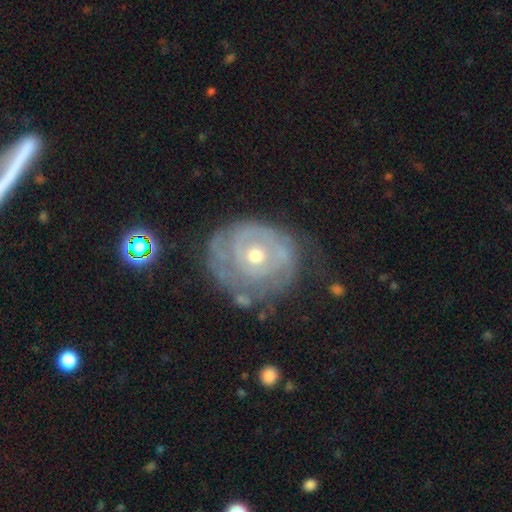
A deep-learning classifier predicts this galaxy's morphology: This is likely a featured or disk galaxy (78%). It is clearly not viewed edge-on (97%). Bar: clearly no (85%). Spiral arm pattern: likely yes (77%). Spiral arm count: possibly can't tell (51%). Spiral winding: likely tight (76%). Central bulge: likely moderate (62%). Merging: possibly none (58%).